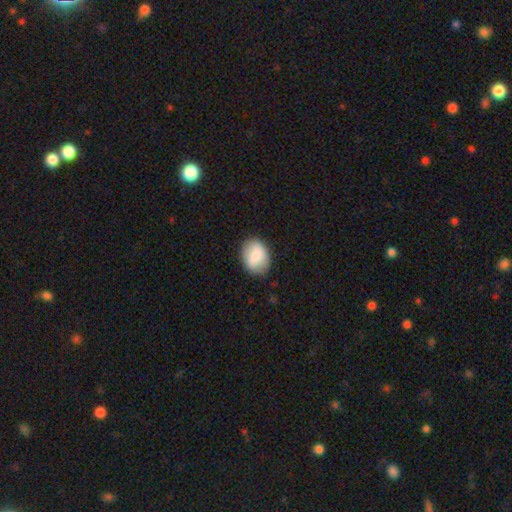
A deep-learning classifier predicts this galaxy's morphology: This appears to be a smooth galaxy with no disk features (77%) that is in between round and cigar-shaped (65%). Merging: none (83%).